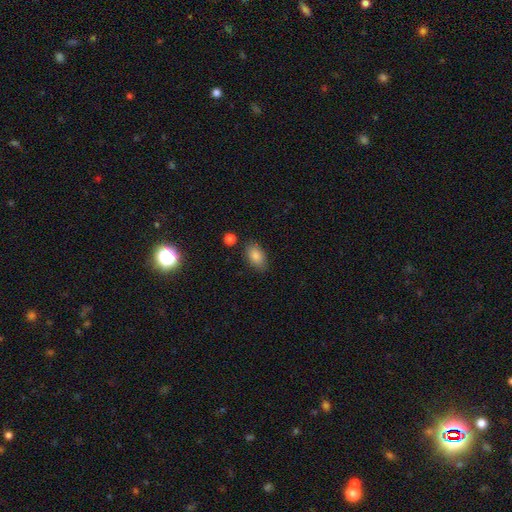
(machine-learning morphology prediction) Smooth or featured: smooth — 85% (star or artifact — 8%)
How rounded: in between — 91% (round — 7%)
Merging: none — 82% (minor disturbance — 12%)